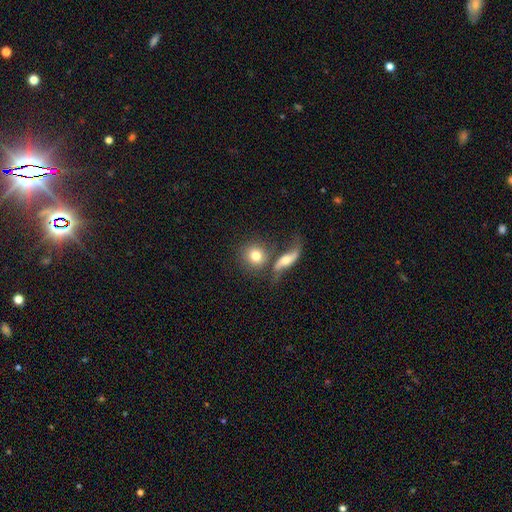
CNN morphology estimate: A smooth galaxy with no disk features (74%) that is round (83%). Merging: none (53%).